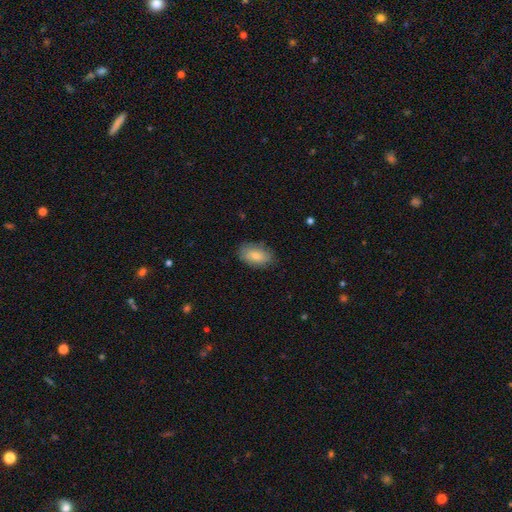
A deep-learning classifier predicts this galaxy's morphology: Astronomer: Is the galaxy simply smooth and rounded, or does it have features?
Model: smooth — 81%.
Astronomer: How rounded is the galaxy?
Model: in between — 90%.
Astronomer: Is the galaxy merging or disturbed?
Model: none — 79%.